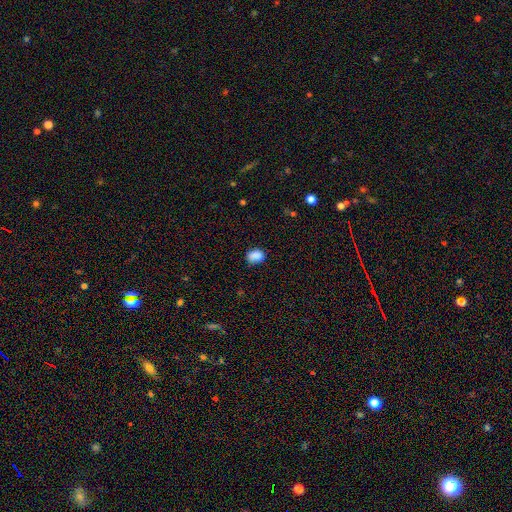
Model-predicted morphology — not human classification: smooth_or_featured: smooth (p=0.85) [alt: star or artifact p=0.09]
how_rounded: in between (p=0.67) [alt: round p=0.32]
merging: none (p=0.70) [alt: minor disturbance p=0.22]